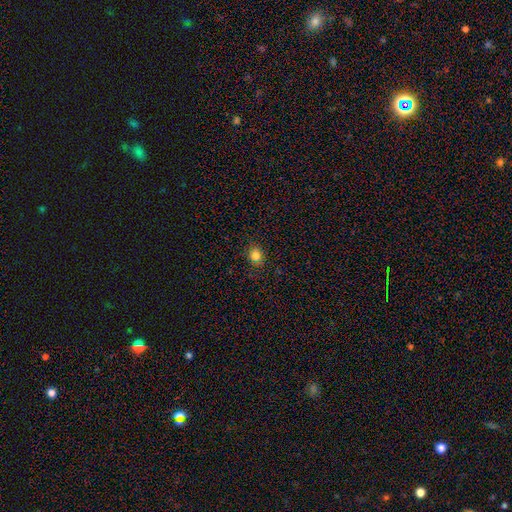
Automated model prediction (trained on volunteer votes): This appears to be a smooth galaxy with no disk features (82%) that is round (67%). Merging: none (88%).